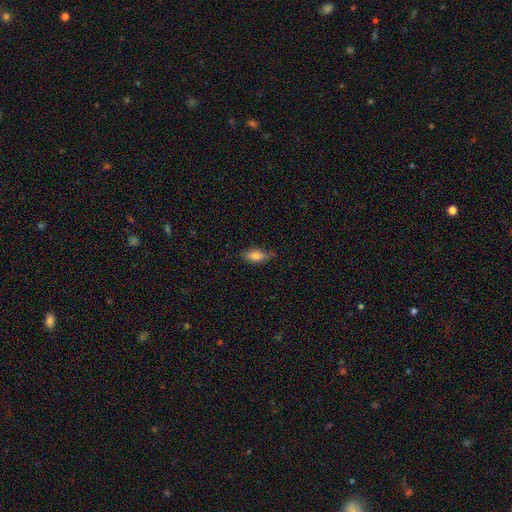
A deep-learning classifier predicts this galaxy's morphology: smooth-or-featured: smooth: 71% | featured or disk: 21% | star or artifact: 8%
  how-rounded: in between: 74% | cigar-shaped: 23% | round: 4%
  merging: none: 74% | minor disturbance: 21% | major disturbance: 4% | merger: 1%